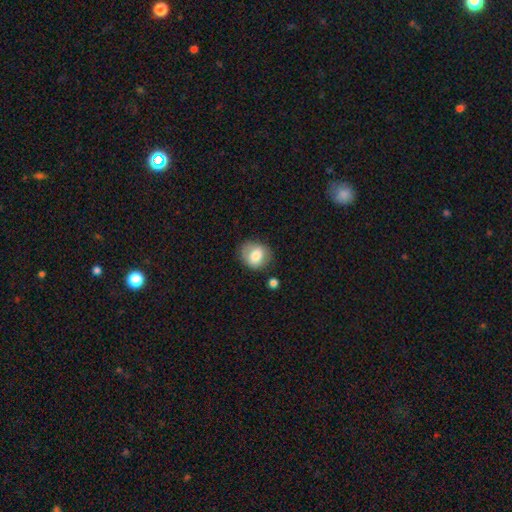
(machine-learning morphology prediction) Overall: smooth (75%). How rounded: round (65%; in between 34%). Merging: none (74%).